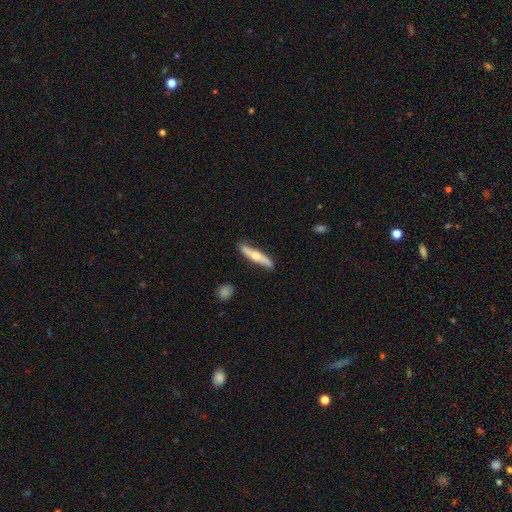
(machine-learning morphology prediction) smooth_or_featured: featured or disk (p=0.49) [alt: smooth p=0.46]
merging: none (p=0.82) [alt: minor disturbance p=0.14]